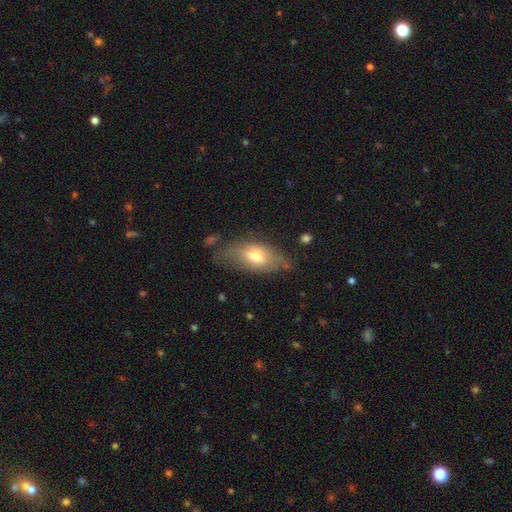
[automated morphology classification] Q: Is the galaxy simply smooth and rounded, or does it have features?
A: smooth — 61%.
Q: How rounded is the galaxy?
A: in between — 84%.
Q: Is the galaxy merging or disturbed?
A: none — 63%.